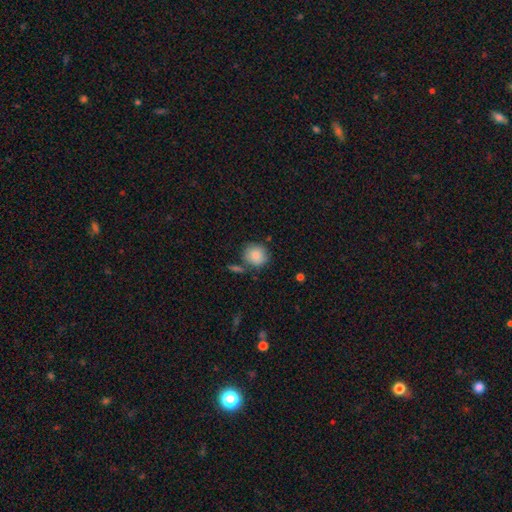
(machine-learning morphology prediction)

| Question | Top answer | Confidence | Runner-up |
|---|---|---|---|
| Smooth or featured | smooth | 84% | featured or disk (8%) |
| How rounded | round | 88% | in between (11%) |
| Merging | none | 72% | minor disturbance (15%) |